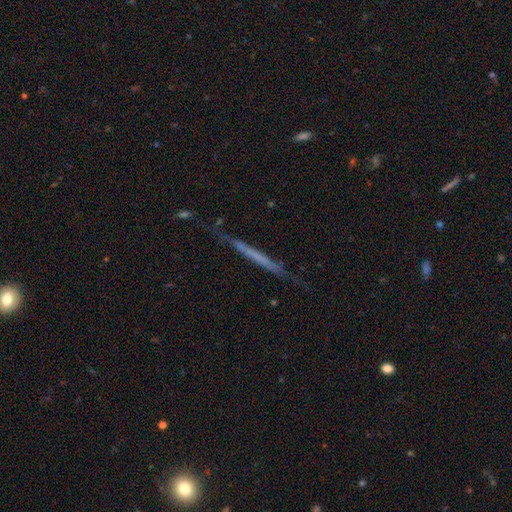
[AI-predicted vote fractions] A featured or disk galaxy (52%) viewed edge-on (94%).

Vote fractions:
- Smooth or featured? featured or disk: 52% / smooth: 41% / star or artifact: 8%
- Edge-on disk? yes: 94% / no: 6%
- Merging? none: 76% / minor disturbance: 17% / major disturbance: 5% / merger: 2%